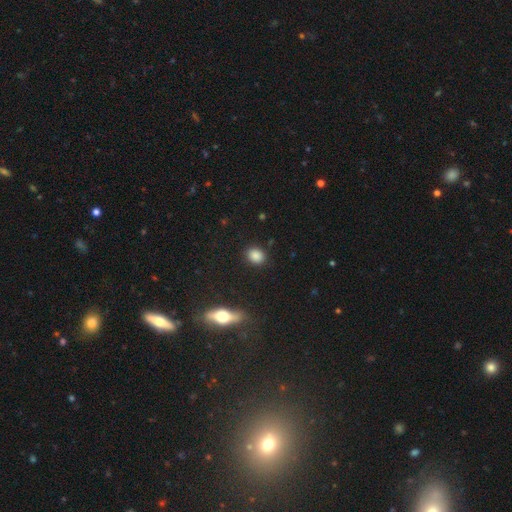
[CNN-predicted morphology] smooth-or-featured: smooth: 86% | star or artifact: 9% | featured or disk: 5%
  how-rounded: round: 54% | in between: 45% | cigar-shaped: 2%
  merging: none: 88% | minor disturbance: 8% | major disturbance: 3% | merger: 2%